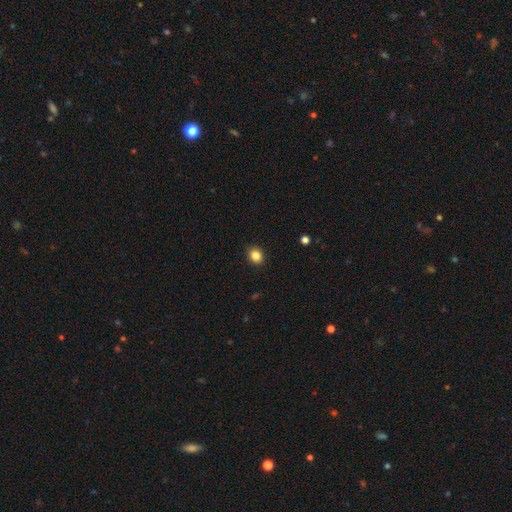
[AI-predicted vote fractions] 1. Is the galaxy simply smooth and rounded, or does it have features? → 86% smooth, 10% star or artifact, 4% featured or disk.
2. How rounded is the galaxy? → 63% round, 36% in between, 1% cigar-shaped.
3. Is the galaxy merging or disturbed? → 91% none, 6% minor disturbance, 2% major disturbance, 1% merger.